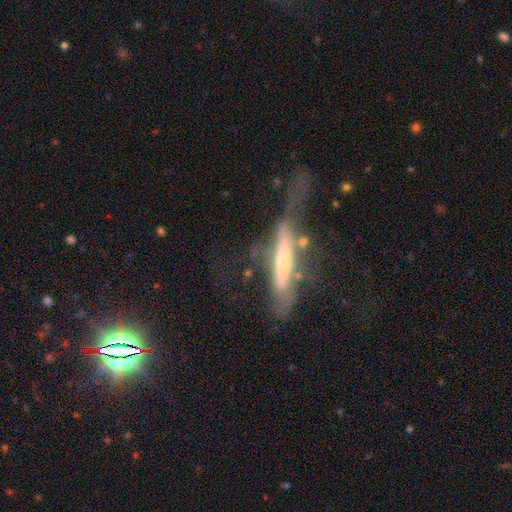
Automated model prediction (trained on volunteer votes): Smooth or featured? featured or disk (68%)
Edge-on disk? yes (77%)
Edge-on bulge? rounded (47%)
Merging? major disturbance (35%)